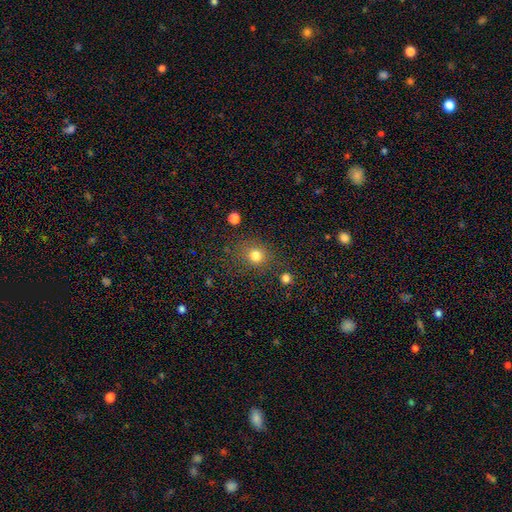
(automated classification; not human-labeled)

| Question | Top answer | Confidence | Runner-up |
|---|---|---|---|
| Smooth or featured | smooth | 78% | star or artifact (15%) |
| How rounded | round | 83% | in between (16%) |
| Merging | none | 79% | minor disturbance (11%) |